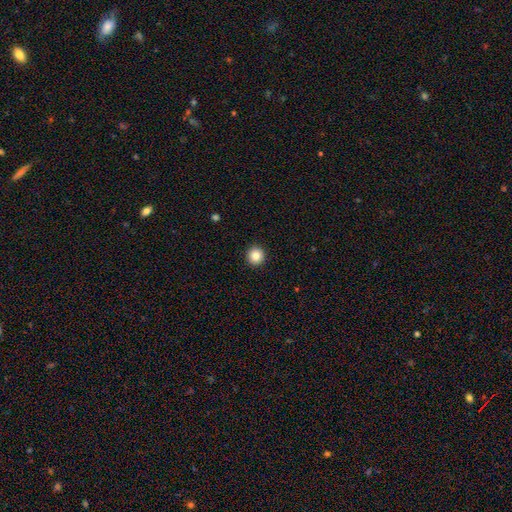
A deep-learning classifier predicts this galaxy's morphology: Smooth or featured? smooth (85%)
How rounded? round (95%)
Merging? none (94%)